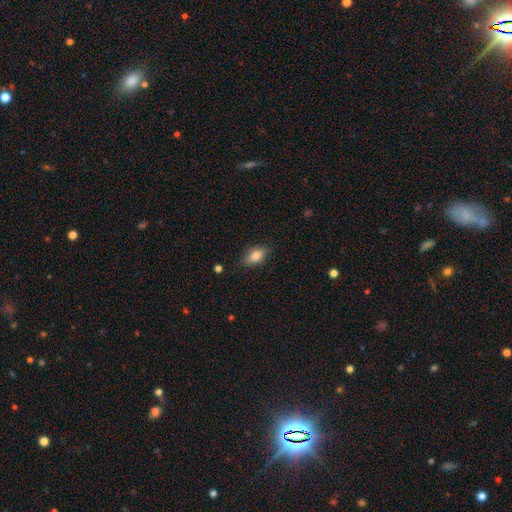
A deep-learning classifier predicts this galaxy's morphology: type=smooth (80%); roundness=in between (85%); merging=none (80%).